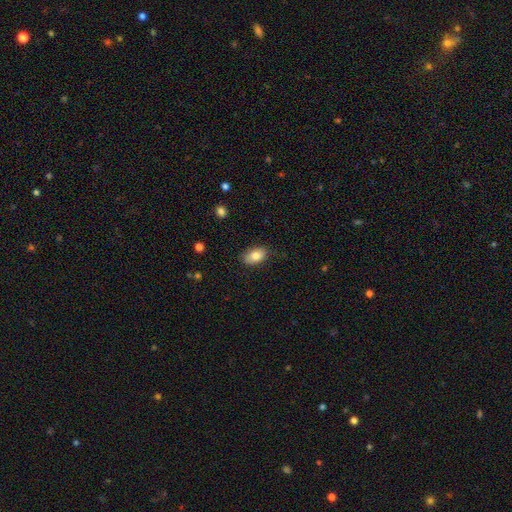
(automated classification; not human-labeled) Smooth or featured? smooth (82%)
How rounded? in between (91%)
Merging? none (81%)